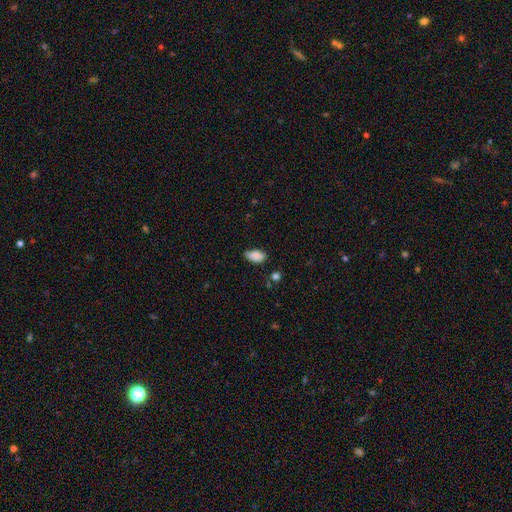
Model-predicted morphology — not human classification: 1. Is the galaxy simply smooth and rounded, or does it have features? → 88% smooth, 8% star or artifact, 5% featured or disk.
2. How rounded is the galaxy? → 94% in between, 4% round, 3% cigar-shaped.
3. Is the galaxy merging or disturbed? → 70% none, 24% minor disturbance, 4% major disturbance, 2% merger.